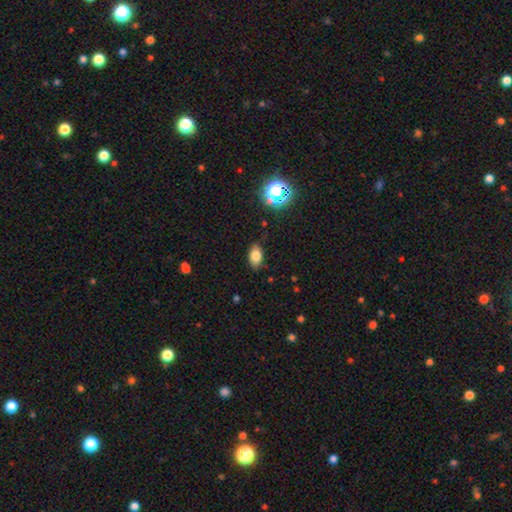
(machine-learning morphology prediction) This is likely a smooth galaxy (78%). How rounded: clearly in between (89%). Merging: clearly none (84%).